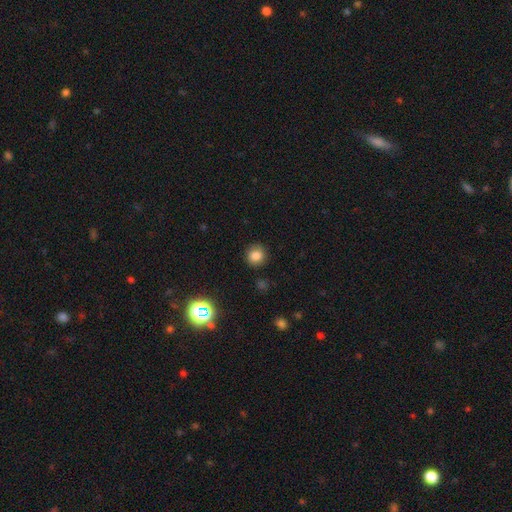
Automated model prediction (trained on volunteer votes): Overall: smooth (81%). How rounded: round (87%). Merging: none (87%).